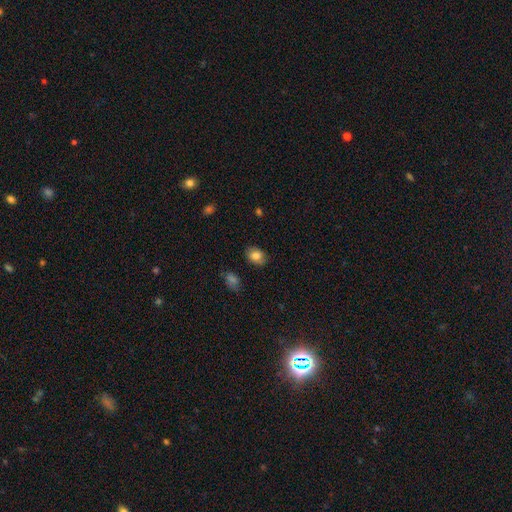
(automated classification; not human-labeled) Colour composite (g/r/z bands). It shows a smooth galaxy with no disk features (82%) that is in between round and cigar-shaped (69%). Merging: none (82%).